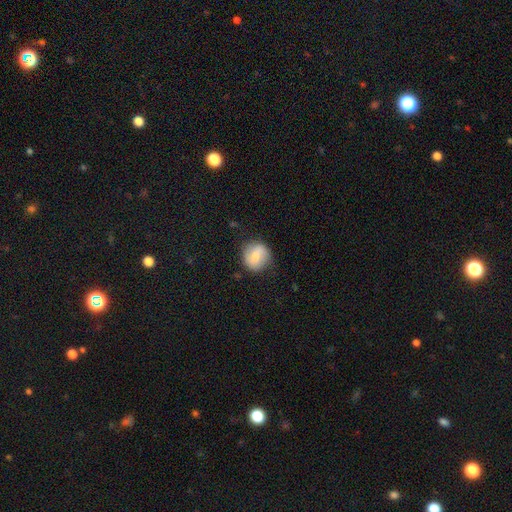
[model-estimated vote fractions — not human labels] Morphology: type=smooth (67%); roundness=round (88%); merging=none (80%).